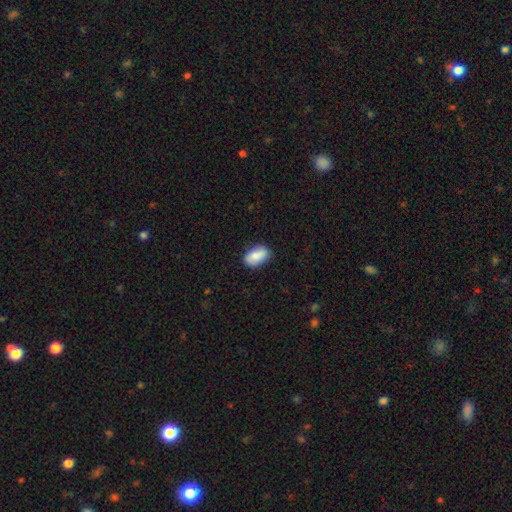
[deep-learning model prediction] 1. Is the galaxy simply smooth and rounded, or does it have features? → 80% smooth, 13% featured or disk, 7% star or artifact.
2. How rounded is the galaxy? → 91% in between, 7% round, 2% cigar-shaped.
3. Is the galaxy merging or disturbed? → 85% none, 12% minor disturbance, 2% major disturbance, 1% merger.